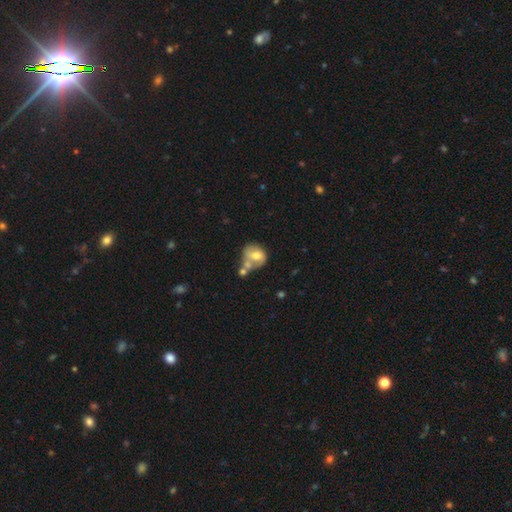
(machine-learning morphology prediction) Q: Smooth or featured?
A: smooth (60%); runner-up: featured or disk (32%)
Q: How rounded?
A: round (61%); runner-up: in between (38%)
Q: Merging?
A: merger (44%); runner-up: none (28%)